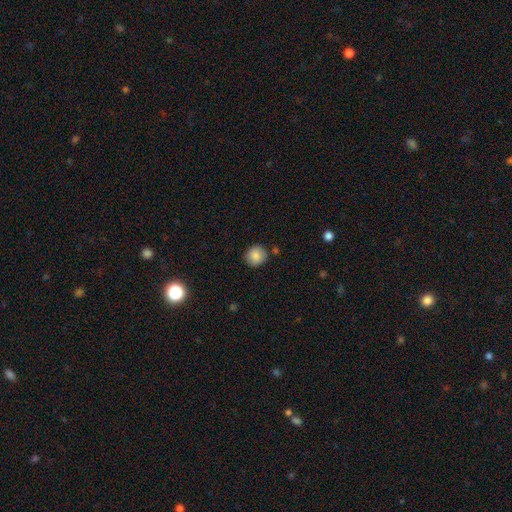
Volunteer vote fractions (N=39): Morphology: type=smooth (87%); roundness=round (88%); merging=none (86%).